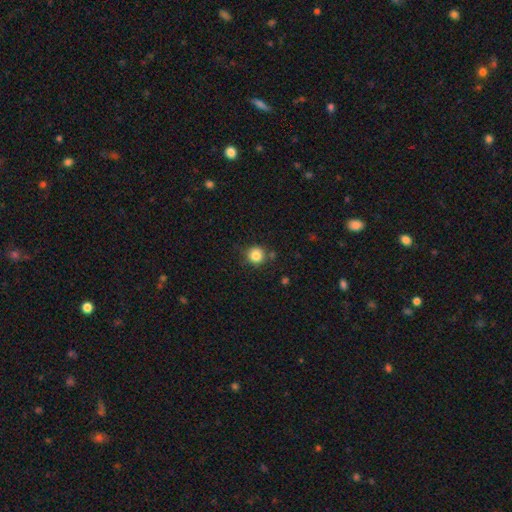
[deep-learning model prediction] smooth_or_featured: smooth (p=0.83) [alt: star or artifact p=0.11]
how_rounded: round (p=0.92) [alt: in between p=0.07]
merging: none (p=0.79) [alt: minor disturbance p=0.13]